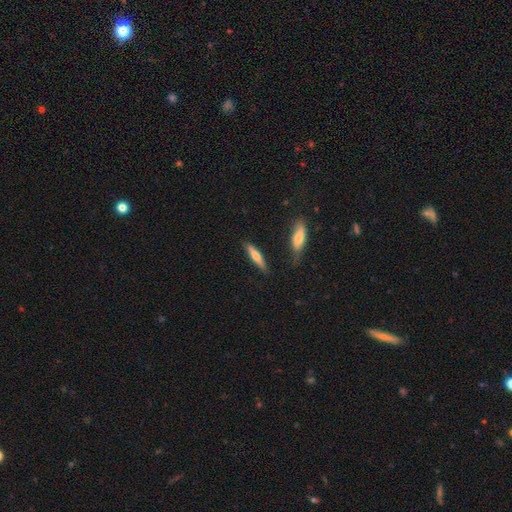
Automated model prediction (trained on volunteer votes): Smooth or featured? smooth (57%)
How rounded? cigar-shaped (81%)
Merging? none (81%)